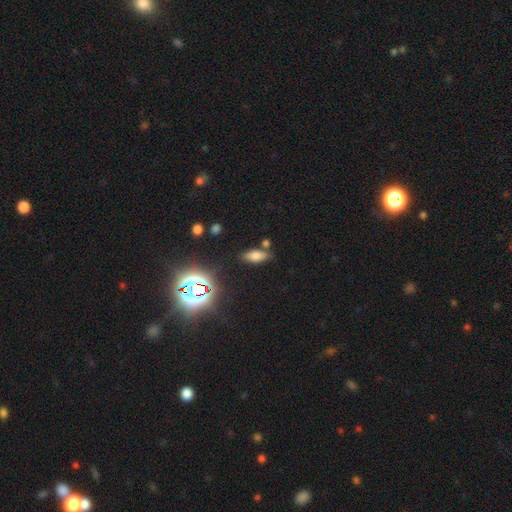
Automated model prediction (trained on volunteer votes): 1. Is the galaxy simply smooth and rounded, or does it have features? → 67% smooth, 19% star or artifact, 14% featured or disk.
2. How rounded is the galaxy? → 78% in between, 18% cigar-shaped, 4% round.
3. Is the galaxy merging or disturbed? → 74% none, 14% minor disturbance, 8% merger, 4% major disturbance.